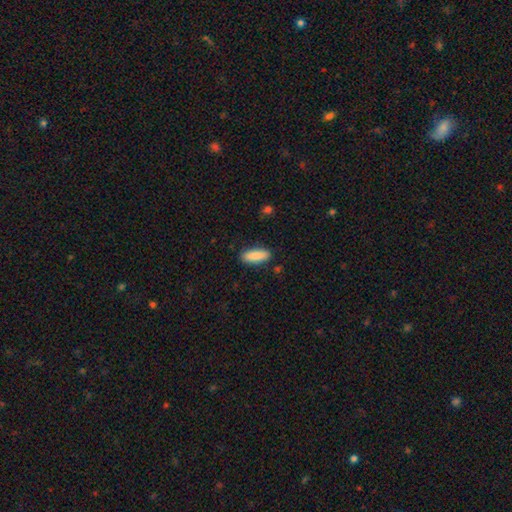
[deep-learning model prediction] Smooth or featured: smooth — 89% (star or artifact — 6%)
How rounded: in between — 63% (cigar-shaped — 35%)
Merging: none — 86% (minor disturbance — 10%)